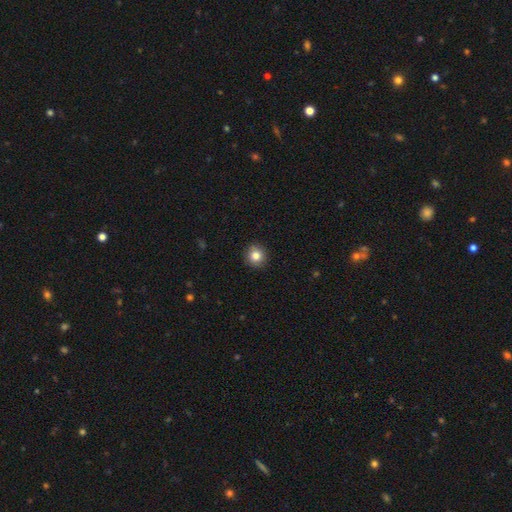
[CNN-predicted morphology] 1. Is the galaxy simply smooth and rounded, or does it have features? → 83% smooth, 10% star or artifact, 7% featured or disk.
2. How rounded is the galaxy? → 91% round, 8% in between, 1% cigar-shaped.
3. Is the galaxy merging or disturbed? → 92% none, 6% minor disturbance, 2% major disturbance, 1% merger.